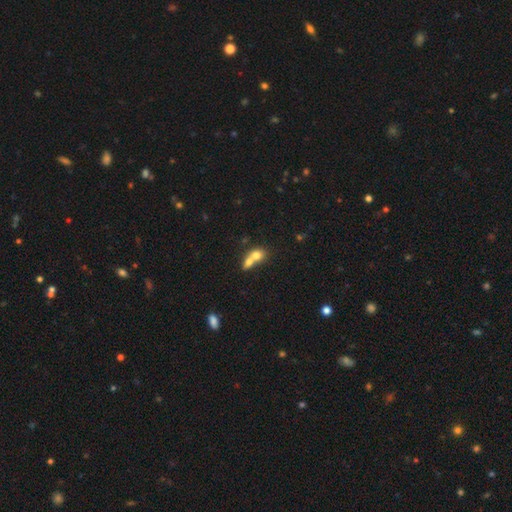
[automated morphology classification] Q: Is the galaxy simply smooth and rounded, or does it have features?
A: smooth — 72%.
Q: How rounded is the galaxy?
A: in between — 50%.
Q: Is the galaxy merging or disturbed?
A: merger — 73%.